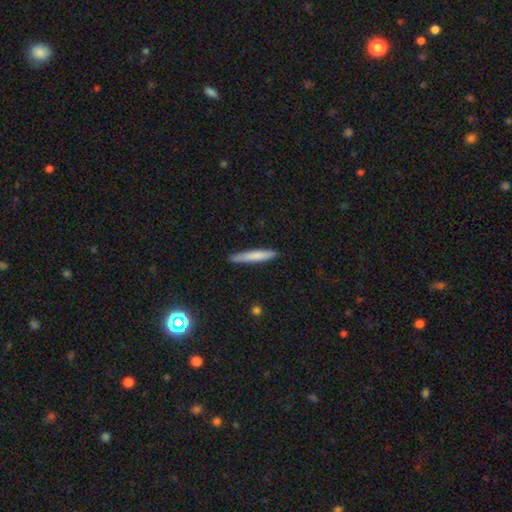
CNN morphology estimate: Overall: smooth (77%). How rounded: cigar-shaped (94%). Merging: none (88%).